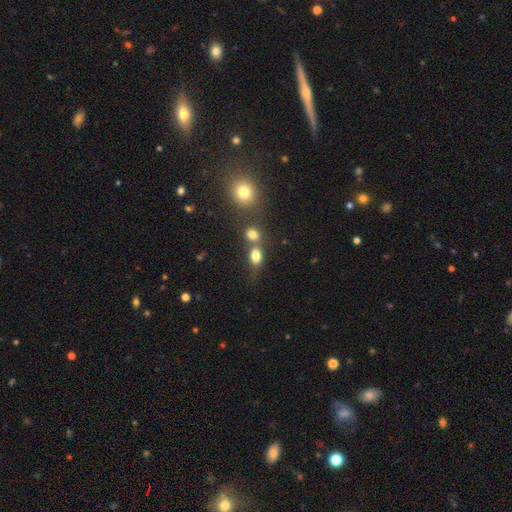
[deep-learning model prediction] Smooth or featured? Predicted: smooth (p=0.79). How rounded? Predicted: in between (p=0.64). Merging? Predicted: merger (p=0.41).